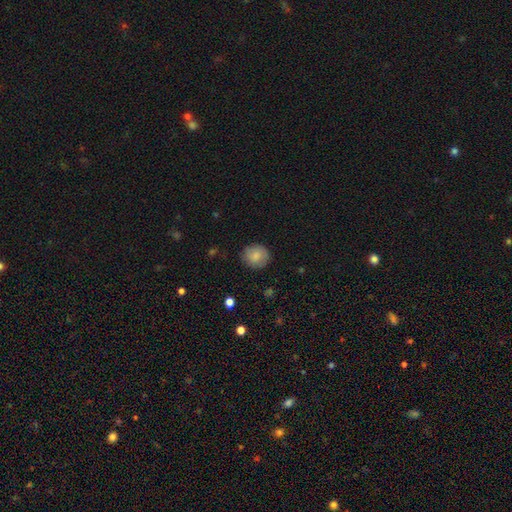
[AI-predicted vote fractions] This is clearly a smooth galaxy (84%). How rounded: clearly round (81%). Merging: clearly none (84%).